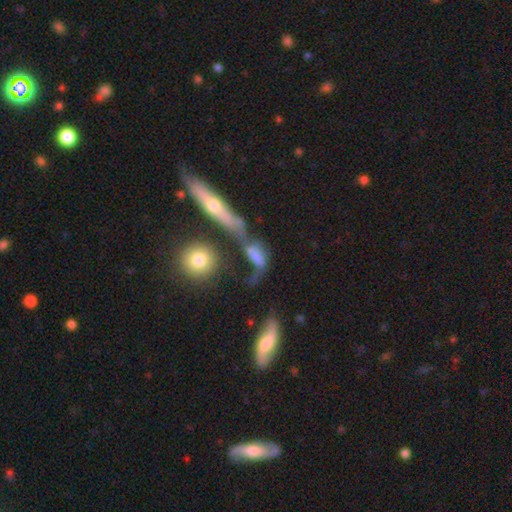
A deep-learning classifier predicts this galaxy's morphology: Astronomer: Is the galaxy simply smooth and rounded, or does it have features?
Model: smooth — 54% (runner-up: featured or disk, 33%).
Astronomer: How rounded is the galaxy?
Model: in between — 62%.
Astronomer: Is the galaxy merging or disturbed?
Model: merger — 45% (runner-up: major disturbance, 22%).